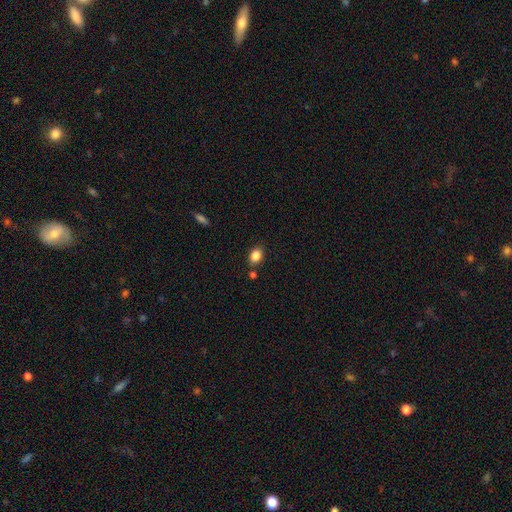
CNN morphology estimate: This is clearly a smooth galaxy (86%). How rounded: likely in between (66%). Merging: likely none (79%).